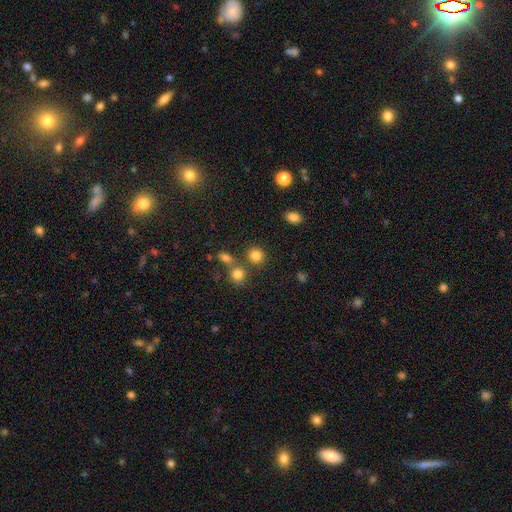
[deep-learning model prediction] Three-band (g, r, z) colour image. It shows a smooth galaxy with no disk features (82%) that is round (87%). Merging: none (72%).